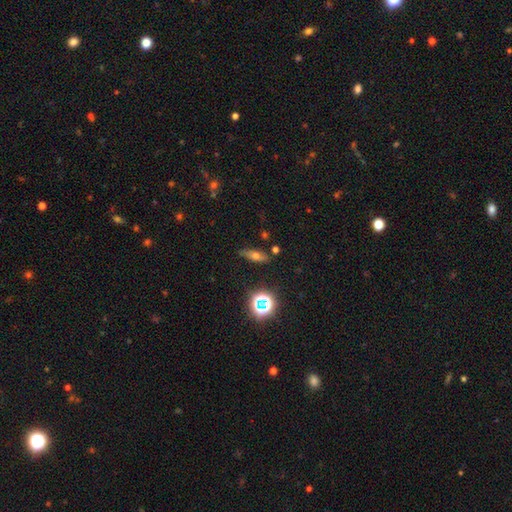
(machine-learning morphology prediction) The model was most divided on "how rounded": in between: 51%, cigar-shaped: 40%, round: 9%. More confident: merging — none (80%); smooth or featured — smooth (53%).